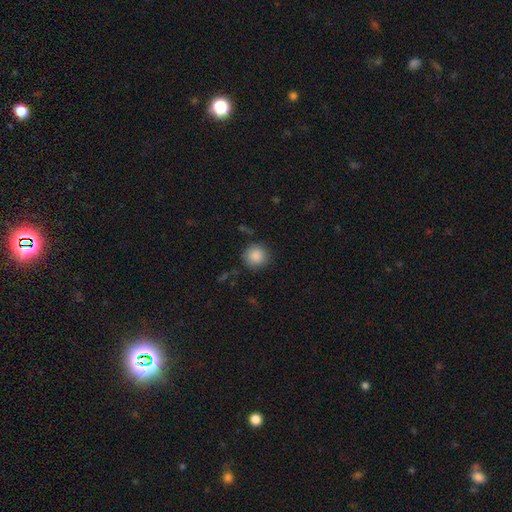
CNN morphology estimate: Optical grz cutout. It shows a smooth galaxy with no disk features (87%) that is round (93%). Merging: none (87%).